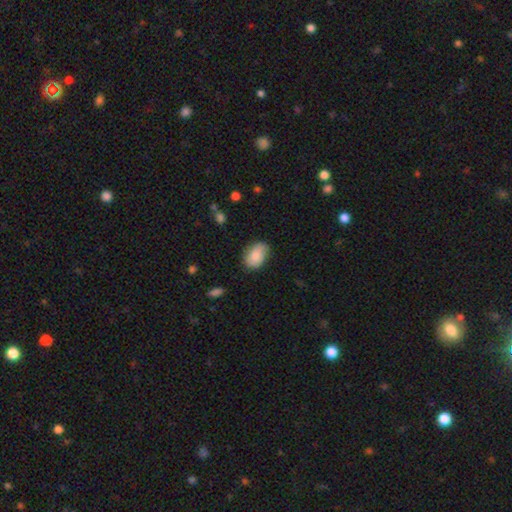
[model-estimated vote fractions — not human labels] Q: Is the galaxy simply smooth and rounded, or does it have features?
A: smooth — 82%.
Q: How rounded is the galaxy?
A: in between — 86%.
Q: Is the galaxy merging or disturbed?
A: none — 73%.